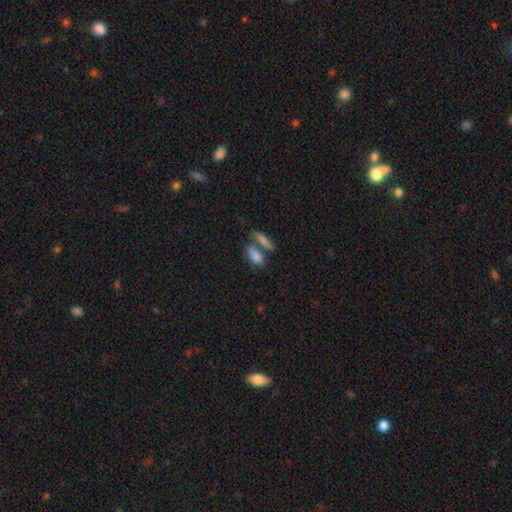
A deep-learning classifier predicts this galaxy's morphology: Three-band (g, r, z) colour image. It shows a smooth galaxy with no disk features (80%) that is in between round and cigar-shaped (76%). Merging: merger (43%).